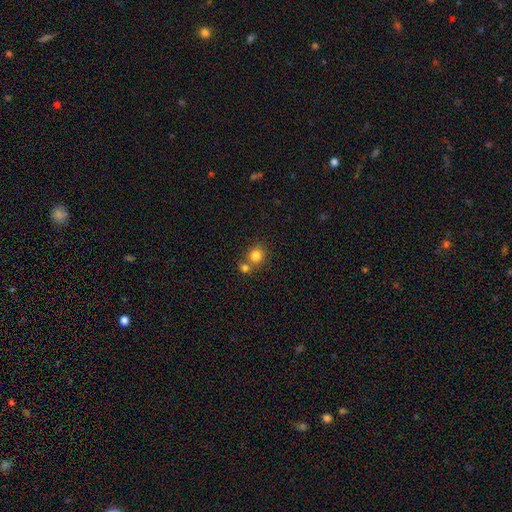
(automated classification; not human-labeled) Smooth or featured? Predicted: smooth (p=0.83). How rounded? Predicted: round (p=0.87). Merging? Predicted: none (p=0.58).